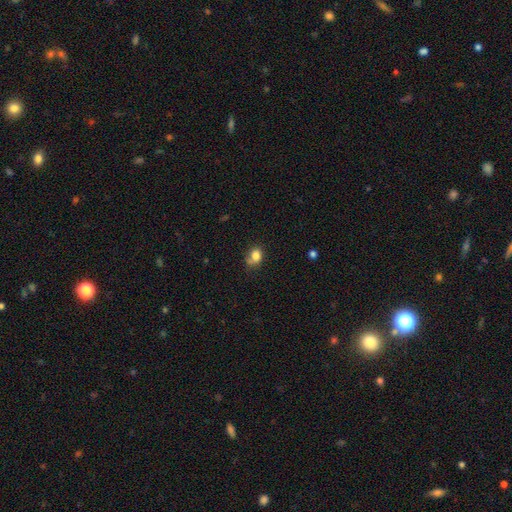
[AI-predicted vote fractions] Smooth or featured? Predicted: smooth (p=0.81). How rounded? Predicted: round (p=0.50). Merging? Predicted: none (p=0.55).